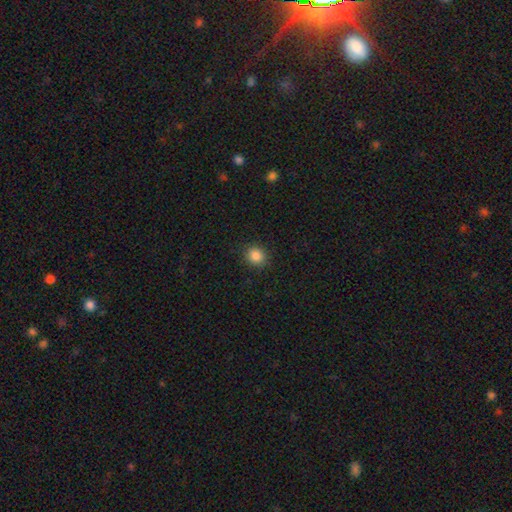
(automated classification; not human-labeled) This is clearly a smooth galaxy (86%). How rounded: clearly round (86%). Merging: clearly none (90%).